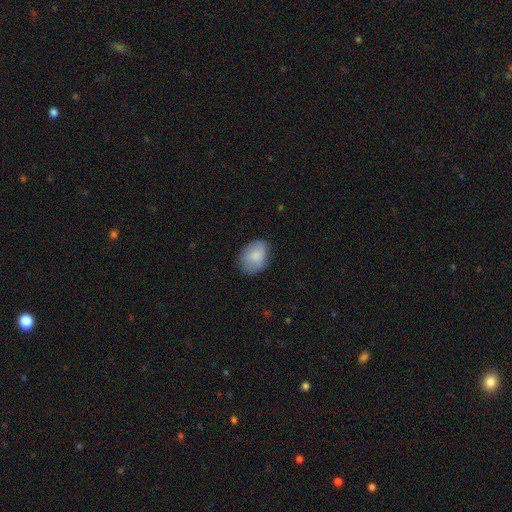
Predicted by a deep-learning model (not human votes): Overall: smooth (83%). How rounded: in between (73%). Merging: none (74%).